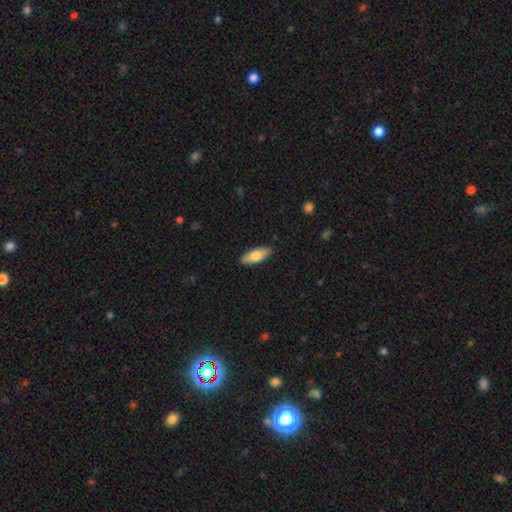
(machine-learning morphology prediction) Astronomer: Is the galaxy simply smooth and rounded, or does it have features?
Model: smooth — 76%.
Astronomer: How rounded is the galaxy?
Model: in between — 75%.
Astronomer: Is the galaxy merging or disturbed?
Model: none — 88%.